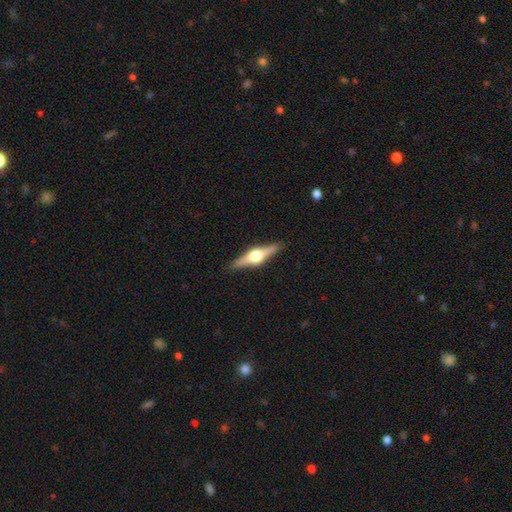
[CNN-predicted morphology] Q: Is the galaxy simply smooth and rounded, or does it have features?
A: featured or disk — 77%.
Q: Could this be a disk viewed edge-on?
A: yes — 98%.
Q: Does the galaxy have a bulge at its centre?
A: rounded — 95%.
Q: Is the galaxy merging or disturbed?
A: none — 90%.